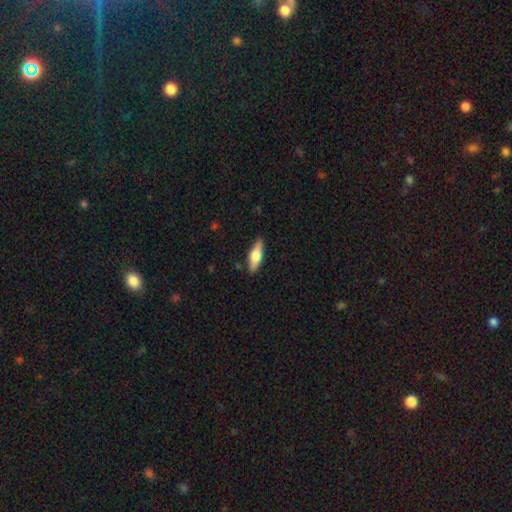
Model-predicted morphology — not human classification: Smooth or featured? Predicted: smooth (p=0.60). How rounded? Predicted: in between (p=0.53). Merging? Predicted: none (p=0.88).